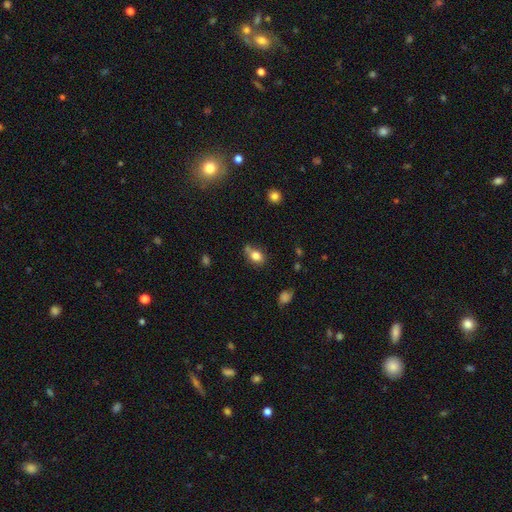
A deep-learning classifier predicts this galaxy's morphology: Q: Smooth or featured?
A: smooth (81%); runner-up: star or artifact (11%)
Q: How rounded?
A: in between (64%); runner-up: round (34%)
Q: Merging?
A: none (57%); runner-up: minor disturbance (21%)